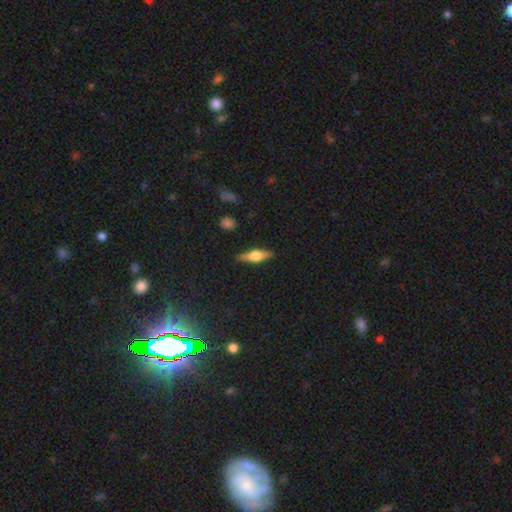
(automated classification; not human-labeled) Overall: featured or disk (57%; smooth 36%). Edge-on disk: yes (95%). Edge-on bulge: rounded (91%). Merging: none (87%).